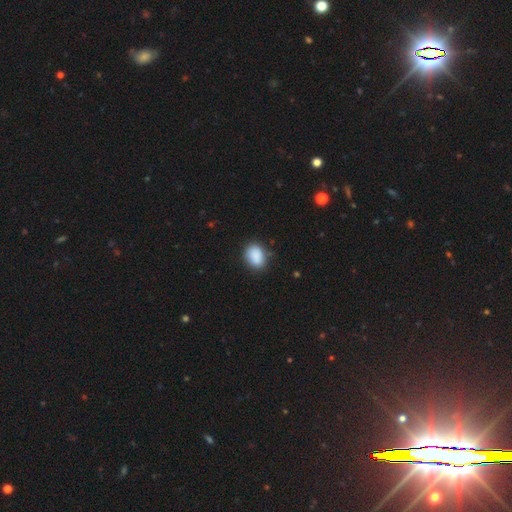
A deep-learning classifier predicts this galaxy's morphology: Smooth or featured? Predicted: smooth (p=0.88). How rounded? Predicted: in between (p=0.68). Merging? Predicted: none (p=0.78).